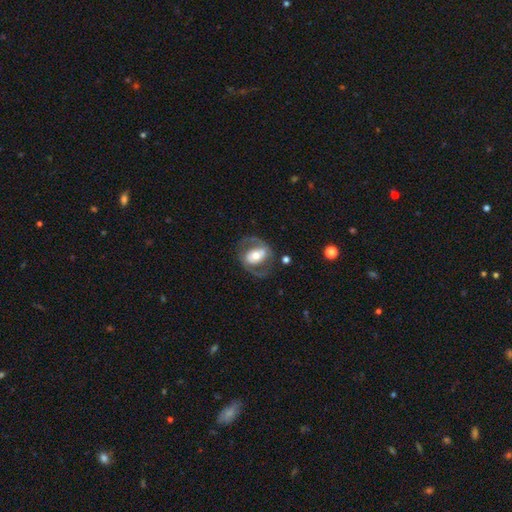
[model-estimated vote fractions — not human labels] Overall: featured or disk (67%). Edge-on disk: no (95%). Bar: no (43%; weak 29%). Spiral arms: yes (62%; no 38%). Bulge size: moderate (63%). Merging: none (66%).